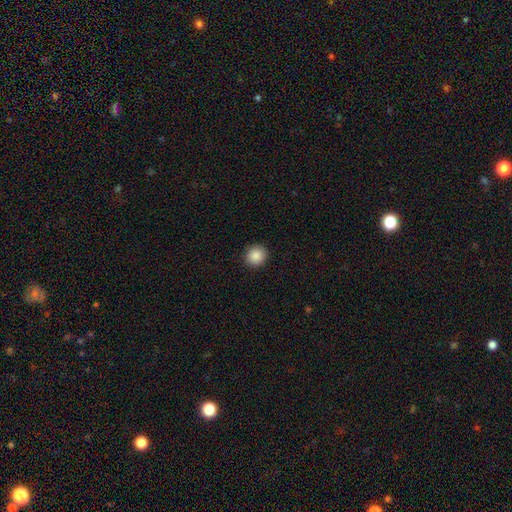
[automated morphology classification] A smooth galaxy with no disk features (88%) that is round (89%). Merging: none (92%).